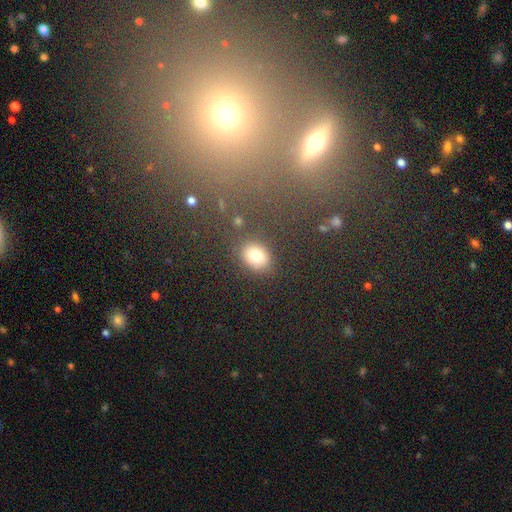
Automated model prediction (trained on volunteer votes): Smooth or featured? smooth (77%)
How rounded? in between (57%)
Merging? none (79%)